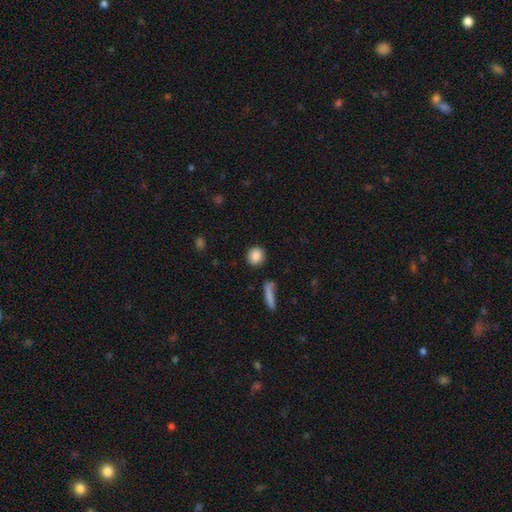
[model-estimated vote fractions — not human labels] Smooth or featured? smooth (87%)
How rounded? round (77%)
Merging? none (87%)